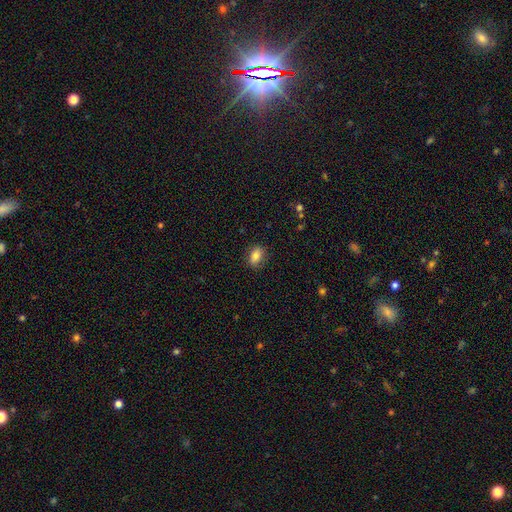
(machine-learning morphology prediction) A smooth galaxy with no disk features (82%) that is in between round and cigar-shaped (83%). Merging: none (85%).